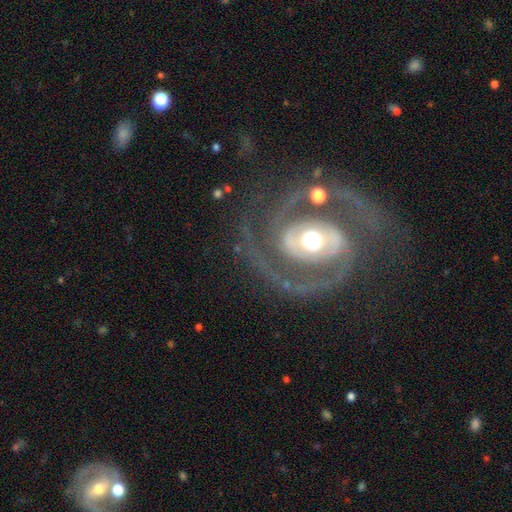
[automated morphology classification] The model was most divided on "bar": no: 37%, weak: 33%, strong: 31%. Remaining: edge-on disk — no (98%); spiral arms — yes (97%); smooth or featured — featured or disk (92%); spiral arm count — 2 (88%); merging — none (72%); bulge size — moderate (64%); spiral winding — tight (48%).